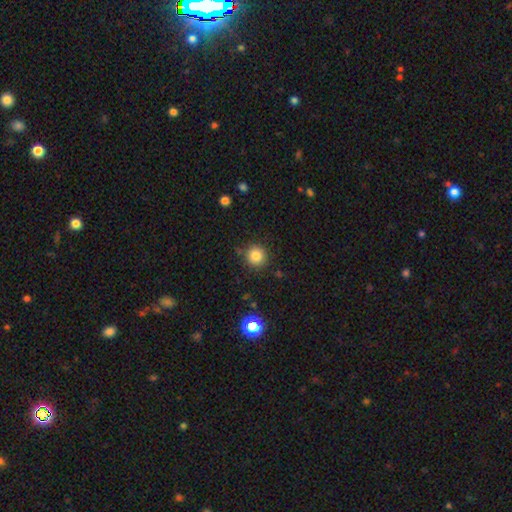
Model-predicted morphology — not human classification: Q: Smooth or featured?
A: smooth (83%); runner-up: star or artifact (12%)
Q: How rounded?
A: round (94%); runner-up: in between (5%)
Q: Merging?
A: none (88%); runner-up: minor disturbance (7%)